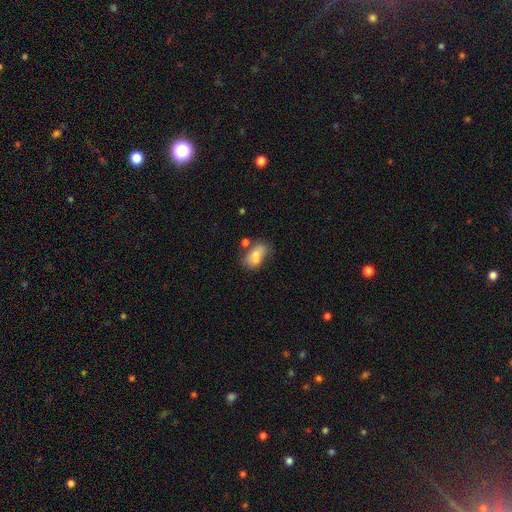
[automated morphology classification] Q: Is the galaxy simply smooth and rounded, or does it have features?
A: smooth — 73%.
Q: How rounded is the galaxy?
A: in between — 88%.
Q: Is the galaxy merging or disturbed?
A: none — 41%.